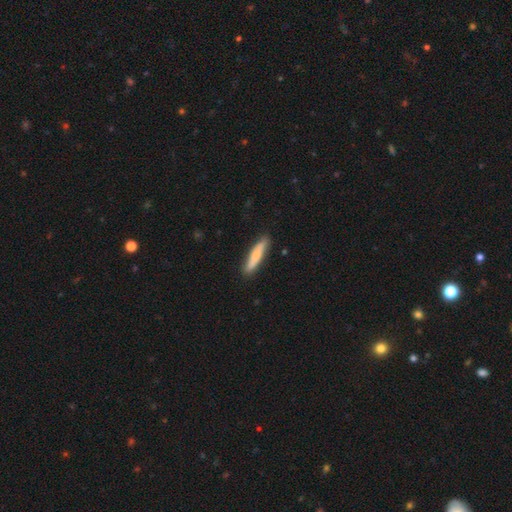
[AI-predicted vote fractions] A smooth galaxy with no disk features (68%) that is cigar-shaped (87%). Merging: none (88%).